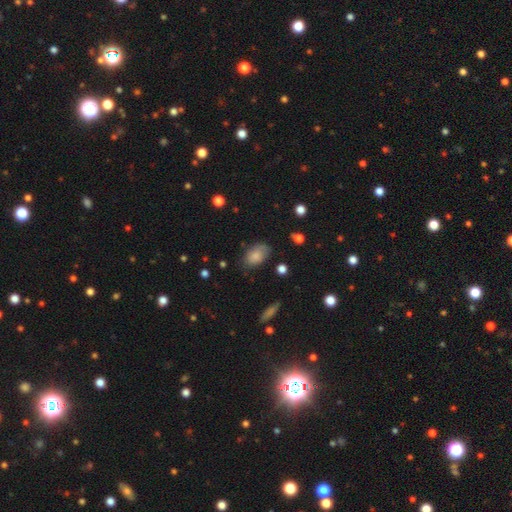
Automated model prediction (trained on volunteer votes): Overall: smooth (81%). How rounded: in between (89%). Merging: none (67%).